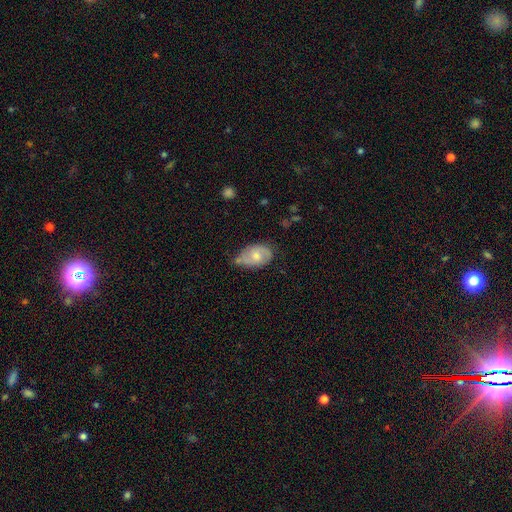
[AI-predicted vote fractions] Smooth or featured? Predicted: smooth (p=0.50). Merging? Predicted: none (p=0.51).